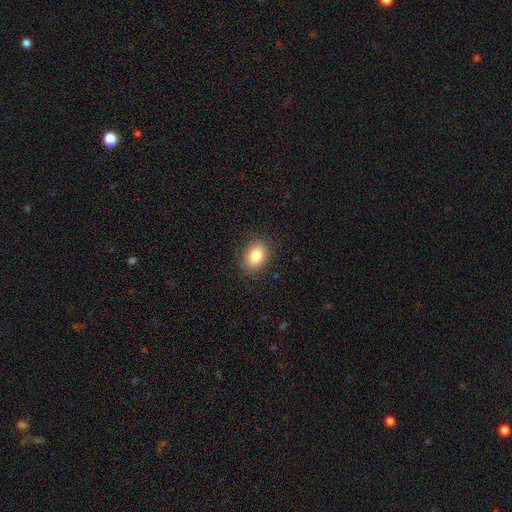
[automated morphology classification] Smooth or featured: smooth — 83% (star or artifact — 9%)
How rounded: in between — 67% (round — 32%)
Merging: none — 87% (minor disturbance — 10%)